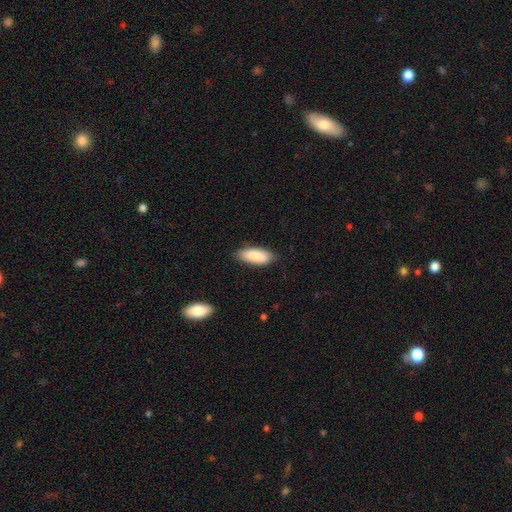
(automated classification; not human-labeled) Smooth or featured: smooth — 85% (featured or disk — 9%)
How rounded: in between — 83% (cigar-shaped — 15%)
Merging: none — 79% (minor disturbance — 17%)